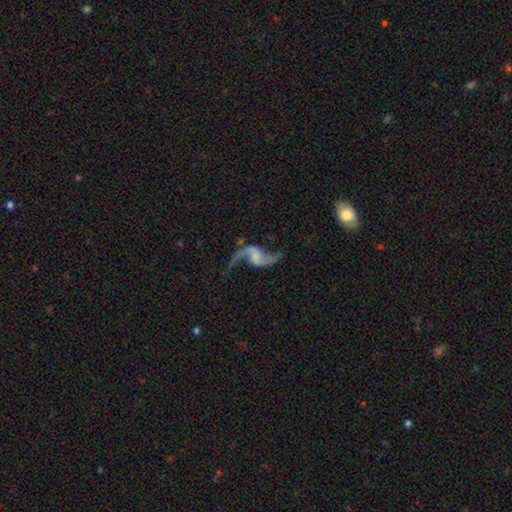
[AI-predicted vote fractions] This is clearly a featured or disk galaxy (90%). It is clearly not viewed edge-on (97%). Bar: marginally no (43%). Spiral arm pattern: clearly yes (96%). Spiral arm count: clearly 2 (93%). Spiral winding: clearly loose (89%). Central bulge: marginally none (44%). Merging: likely none (68%).